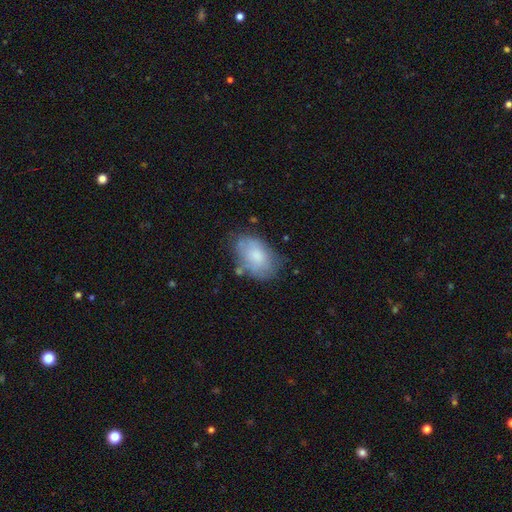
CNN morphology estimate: smooth-or-featured: smooth: 69% | featured or disk: 24% | star or artifact: 7%
  how-rounded: in between: 89% | round: 10% | cigar-shaped: 1%
  merging: none: 57% | minor disturbance: 28% | major disturbance: 9% | merger: 5%